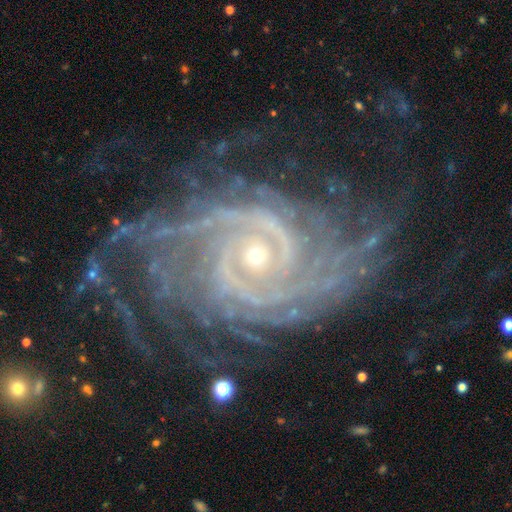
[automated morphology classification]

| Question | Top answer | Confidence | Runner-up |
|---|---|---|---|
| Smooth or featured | featured or disk | 92% | star or artifact (6%) |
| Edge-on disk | no | 98% | yes (2%) |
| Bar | no | 61% | weak (26%) |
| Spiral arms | yes | 99% | no (1%) |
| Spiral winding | tight | 70% | medium (25%) |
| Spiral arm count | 2 | 25% | more than 4 (18%) |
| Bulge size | small | 75% | moderate (21%) |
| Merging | none | 64% | minor disturbance (19%) |